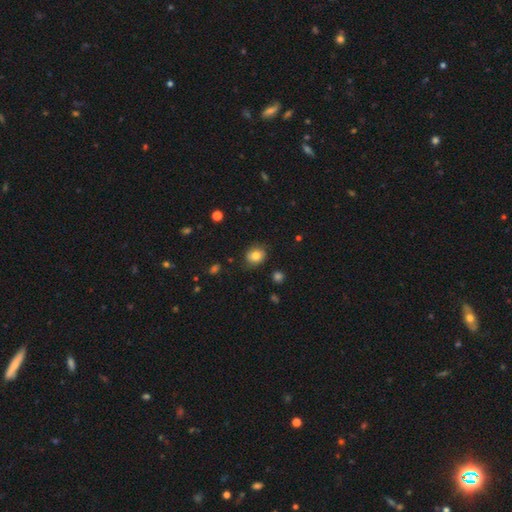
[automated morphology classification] Smooth or featured: smooth — 75% (featured or disk — 15%)
How rounded: round — 61% (in between — 38%)
Merging: none — 78% (minor disturbance — 17%)